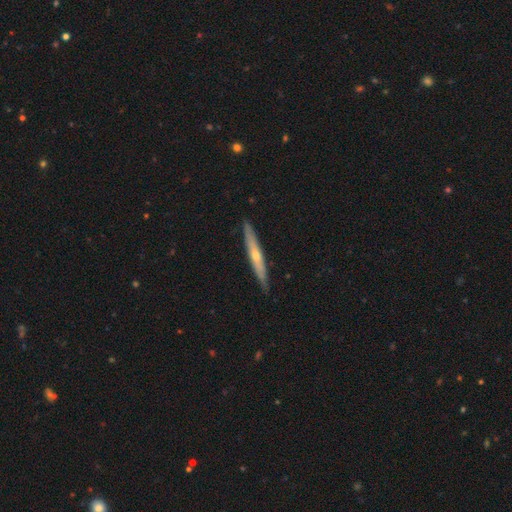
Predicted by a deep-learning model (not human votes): Smooth or featured? Predicted: featured or disk (p=0.61). Edge-on disk? Predicted: yes (p=0.91). Edge-on bulge? Predicted: rounded (p=0.71). Merging? Predicted: none (p=0.88).